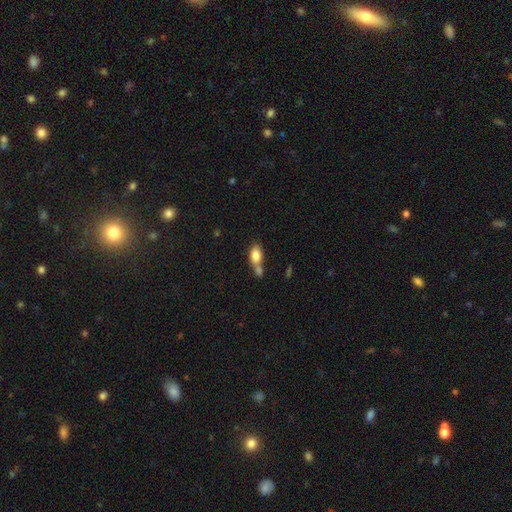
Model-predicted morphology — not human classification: Smooth or featured? smooth (80%)
How rounded? in between (86%)
Merging? merger (50%)